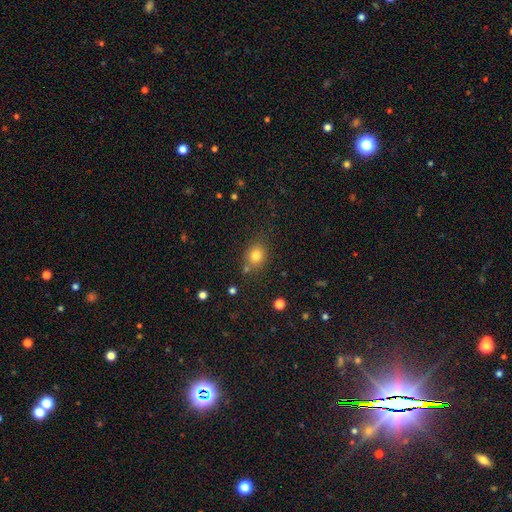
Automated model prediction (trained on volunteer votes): The model was most divided on "how rounded": round: 63%, in between: 36%, cigar-shaped: 1%. More confident: smooth or featured — smooth (80%); merging — none (74%).